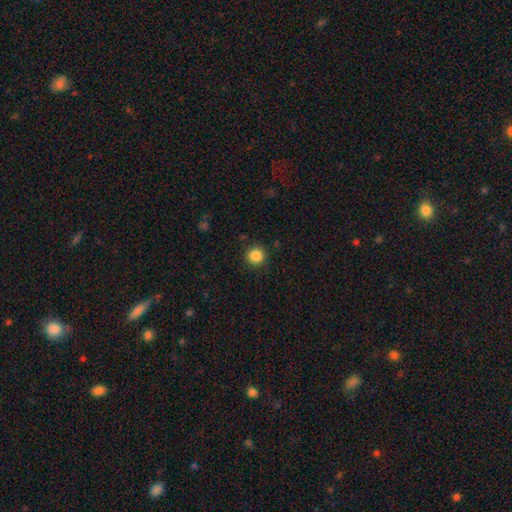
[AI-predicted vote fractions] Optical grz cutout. It shows a smooth galaxy with no disk features (86%) that is round (95%). Merging: none (91%).